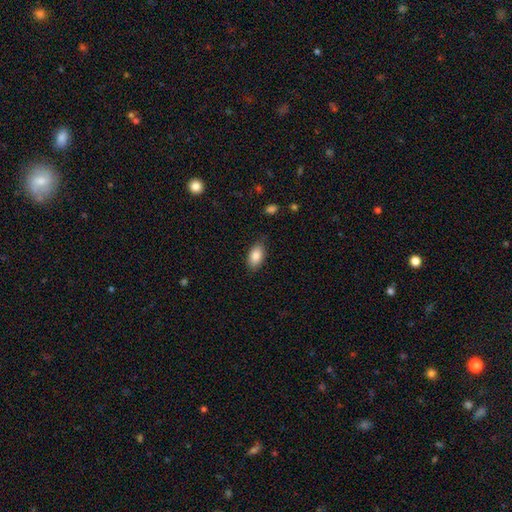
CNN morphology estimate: This is clearly a smooth galaxy (86%). How rounded: clearly in between (93%). Merging: clearly none (82%).